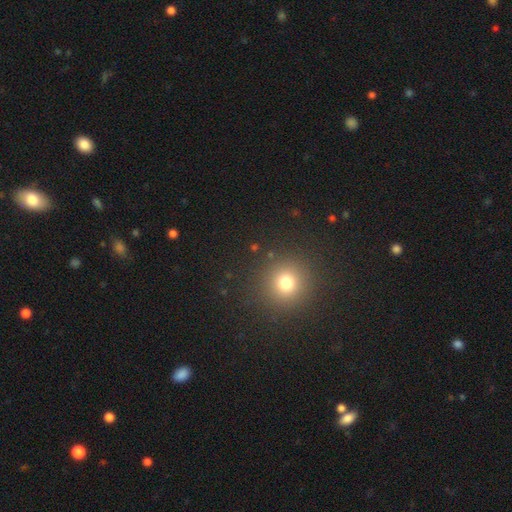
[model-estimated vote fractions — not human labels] smooth_or_featured: smooth (p=0.59) [alt: star or artifact p=0.35]
how_rounded: round (p=0.95) [alt: in between p=0.04]
merging: none (p=0.92) [alt: minor disturbance p=0.04]